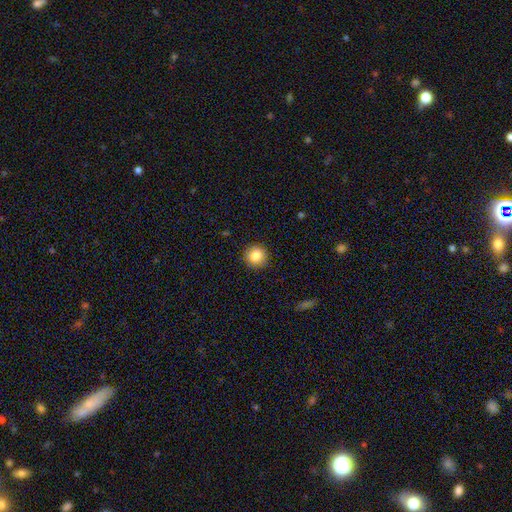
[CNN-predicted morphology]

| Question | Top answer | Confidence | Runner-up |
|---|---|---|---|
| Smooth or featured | smooth | 86% | star or artifact (9%) |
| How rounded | round | 94% | in between (5%) |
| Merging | none | 91% | minor disturbance (6%) |